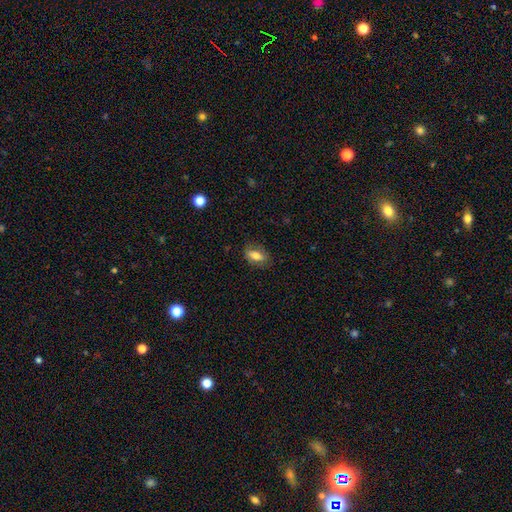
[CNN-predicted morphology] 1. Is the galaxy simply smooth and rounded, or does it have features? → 71% smooth, 20% featured or disk, 8% star or artifact.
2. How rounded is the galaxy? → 85% in between, 8% round, 6% cigar-shaped.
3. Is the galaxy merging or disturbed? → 77% none, 17% minor disturbance, 5% major disturbance, 1% merger.